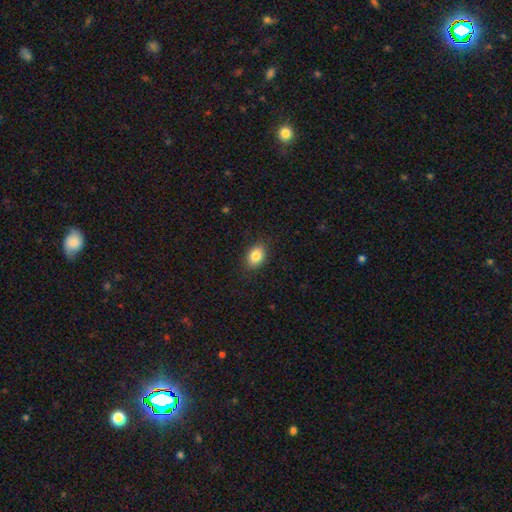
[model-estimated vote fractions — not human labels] Smooth or featured? smooth (85%)
How rounded? in between (77%)
Merging? none (87%)